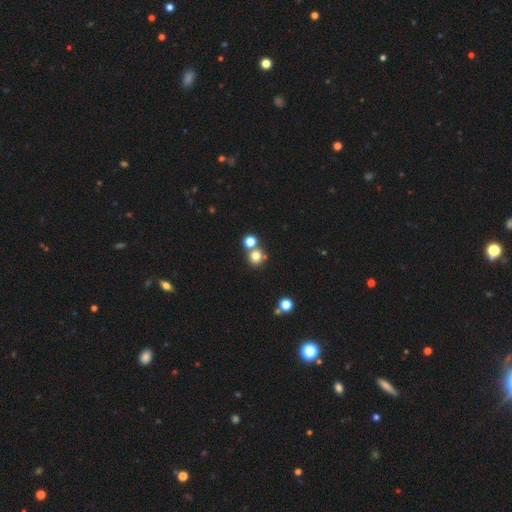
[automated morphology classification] A smooth galaxy with no disk features (77%) that is round (86%). Merging: none (63%).